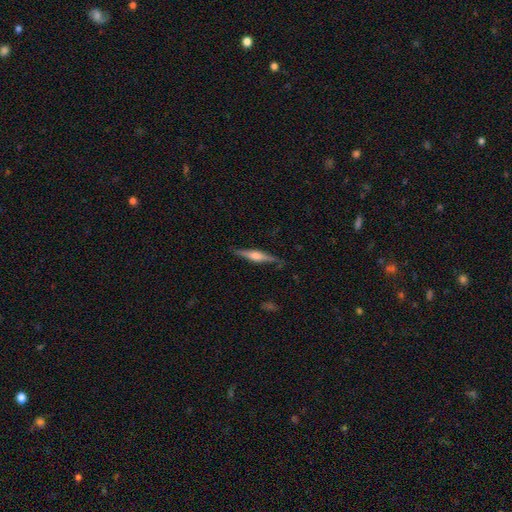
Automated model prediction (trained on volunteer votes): Smooth or featured: featured or disk — 70% (smooth — 24%)
Edge-on disk: yes — 97% (no — 3%)
Edge-on bulge: rounded — 80% (boxy — 16%)
Merging: none — 85% (minor disturbance — 11%)